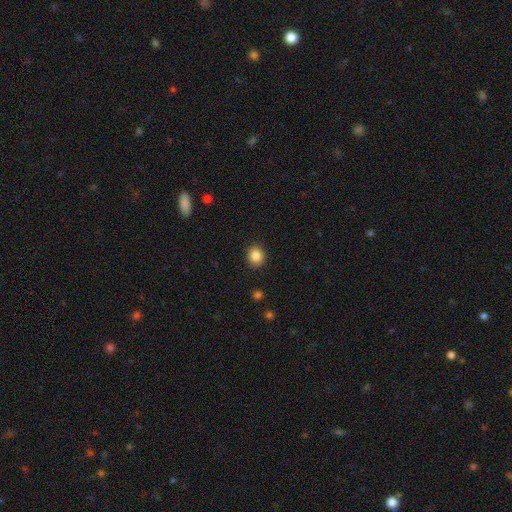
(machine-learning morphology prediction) Overall: smooth (86%). How rounded: round (79%). Merging: none (91%).